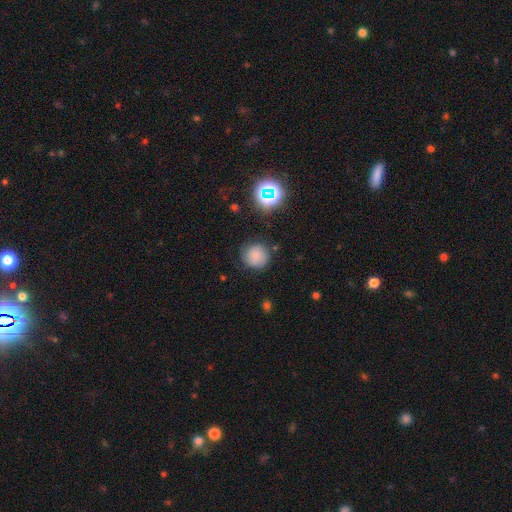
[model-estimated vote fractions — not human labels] smooth-or-featured: smooth: 76% | star or artifact: 15% | featured or disk: 9%
  how-rounded: round: 93% | in between: 6% | cigar-shaped: 1%
  merging: none: 80% | minor disturbance: 13% | major disturbance: 4% | merger: 2%